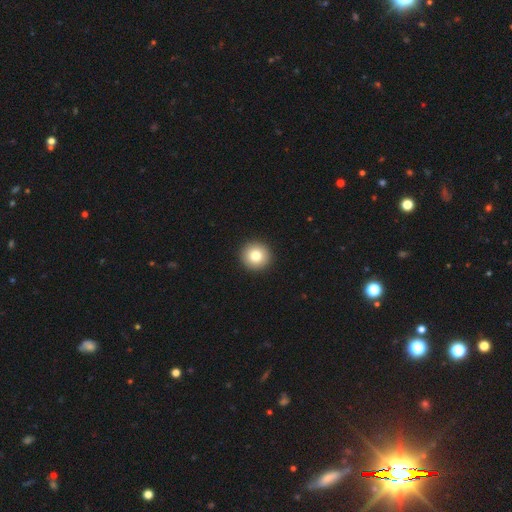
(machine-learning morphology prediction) A smooth galaxy with no disk features (80%) that is round (95%). Merging: none (94%).